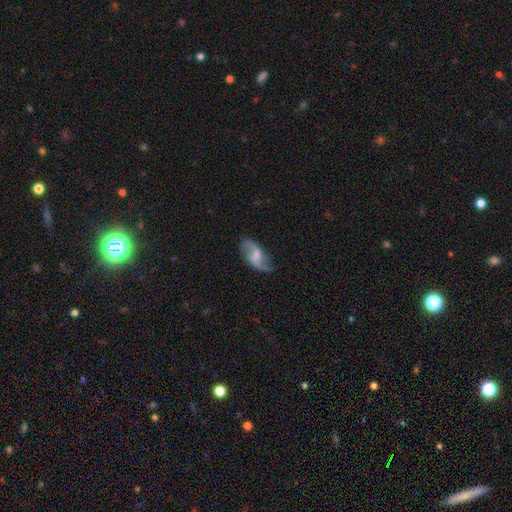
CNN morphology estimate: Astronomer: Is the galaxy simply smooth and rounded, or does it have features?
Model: featured or disk — 77%.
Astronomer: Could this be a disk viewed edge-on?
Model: no — 96%.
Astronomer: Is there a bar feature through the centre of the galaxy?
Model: weak — 55%.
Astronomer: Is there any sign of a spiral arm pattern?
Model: yes — 93%.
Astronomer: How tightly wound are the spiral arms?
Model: loose — 74%.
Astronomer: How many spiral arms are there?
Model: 2 — 91%.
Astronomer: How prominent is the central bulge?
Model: small — 35% (runner-up: moderate, 30%).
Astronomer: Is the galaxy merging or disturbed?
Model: none — 76%.